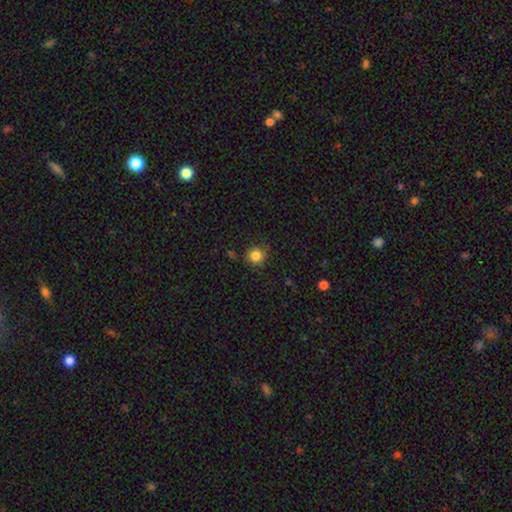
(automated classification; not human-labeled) smooth_or_featured: smooth (p=0.83) [alt: star or artifact p=0.12]
how_rounded: round (p=0.90) [alt: in between p=0.09]
merging: none (p=0.84) [alt: minor disturbance p=0.11]